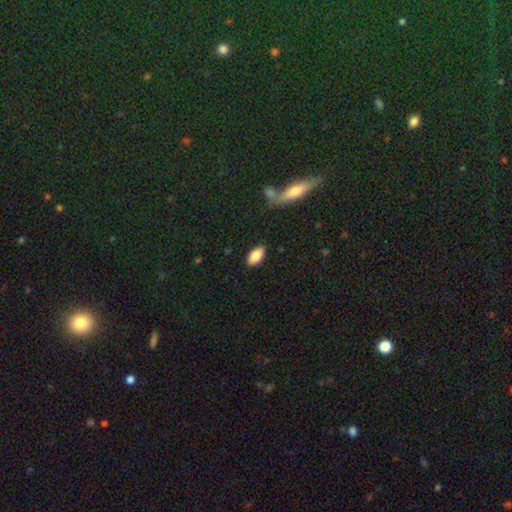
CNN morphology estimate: smooth 84%, featured or disk 10%, star or artifact 7%. Down the decision tree: how rounded — in between (91%); merging — none (87%).